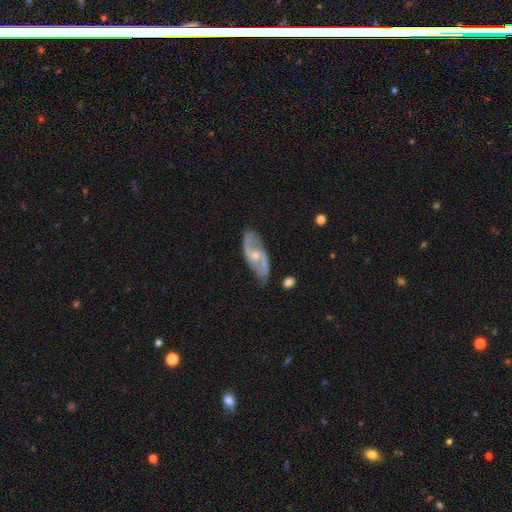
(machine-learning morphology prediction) Smooth or featured?
  - featured or disk: 81% *
  - smooth: 14%
  - star or artifact: 5%
Edge-on disk?
  - no: 90% *
  - yes: 10%
Bar?
  - no: 49% *
  - weak: 37%
  - strong: 14%
Spiral arms?
  - yes: 89% *
  - no: 11%
Spiral winding?
  - medium: 42% * (tied)
  - loose: 42% * (tied)
  - tight: 17%
Spiral arm count?
  - 2: 87% *
  - can't tell: 7%
  - 1: 2%
  - 3: 2%
  - 4: 1%
  - more than 4: 1%
Bulge size?
  - small: 51% *
  - moderate: 45%
  - none: 1%
  - large: 1%
  - dominant: 1%
Merging?
  - none: 78% *
  - minor disturbance: 16%
  - major disturbance: 4%
  - merger: 2%